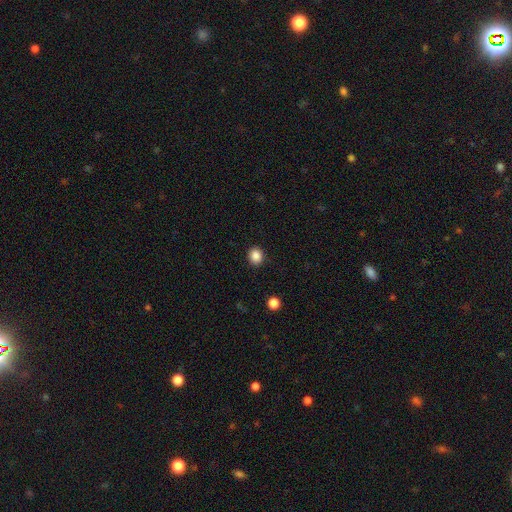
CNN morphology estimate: Q: Smooth or featured?
A: smooth (86%); runner-up: star or artifact (10%)
Q: How rounded?
A: round (77%); runner-up: in between (22%)
Q: Merging?
A: none (91%); runner-up: minor disturbance (6%)